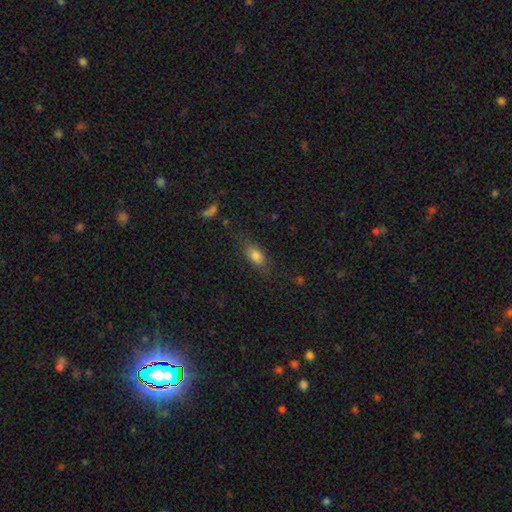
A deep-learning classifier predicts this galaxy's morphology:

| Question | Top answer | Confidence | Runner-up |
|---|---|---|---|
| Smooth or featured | smooth | 79% | featured or disk (11%) |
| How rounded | in between | 82% | cigar-shaped (11%) |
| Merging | none | 76% | minor disturbance (16%) |